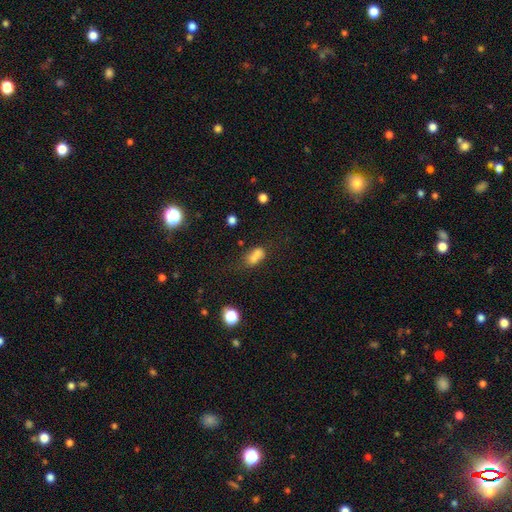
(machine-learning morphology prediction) type=smooth (70%); roundness=in between (66%); merging=merger (53%).